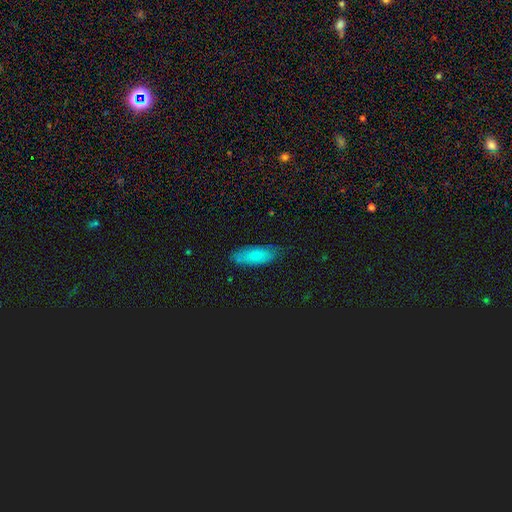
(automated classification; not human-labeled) Smooth or featured?
  - smooth: 78% *
  - featured or disk: 13%
  - star or artifact: 8%
How rounded?
  - in between: 79% *
  - cigar-shaped: 19%
  - round: 2%
Merging?
  - none: 76% *
  - minor disturbance: 19%
  - major disturbance: 3%
  - merger: 1%